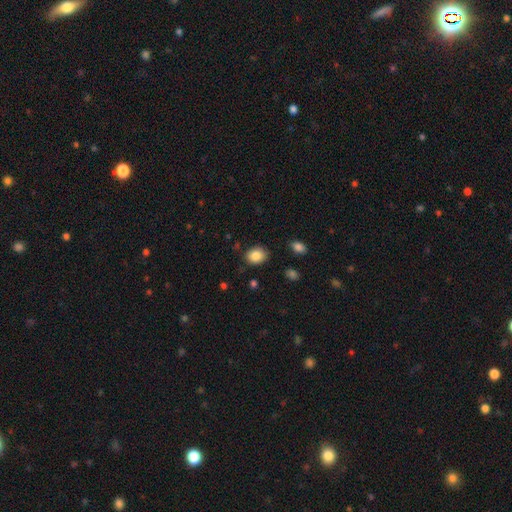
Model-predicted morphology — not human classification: A smooth galaxy with no disk features (85%) that is in between round and cigar-shaped (55%). Merging: none (82%).